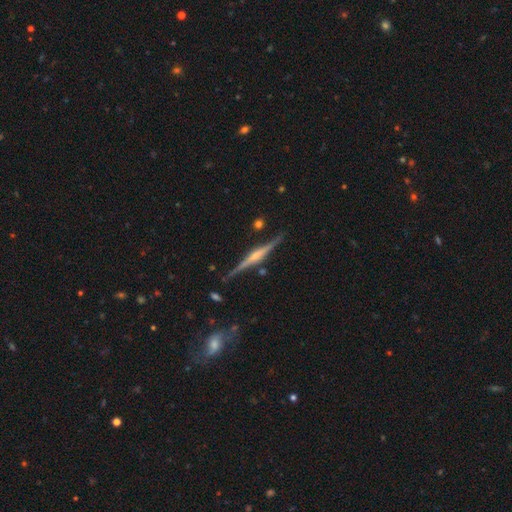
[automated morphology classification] type=featured or disk (84%); edge-on=yes (98%); edge-on bulge=rounded (74%); merging=none (86%).